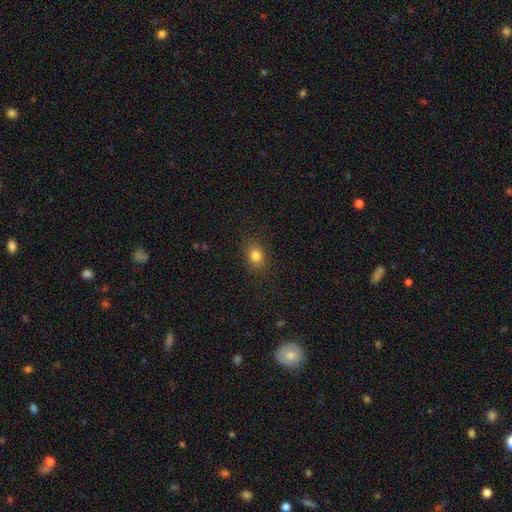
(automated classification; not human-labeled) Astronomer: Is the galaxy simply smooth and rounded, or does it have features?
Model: smooth — 82%.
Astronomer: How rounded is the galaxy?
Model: in between — 58% (runner-up: round, 41%).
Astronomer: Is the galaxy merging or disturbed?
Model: none — 87%.